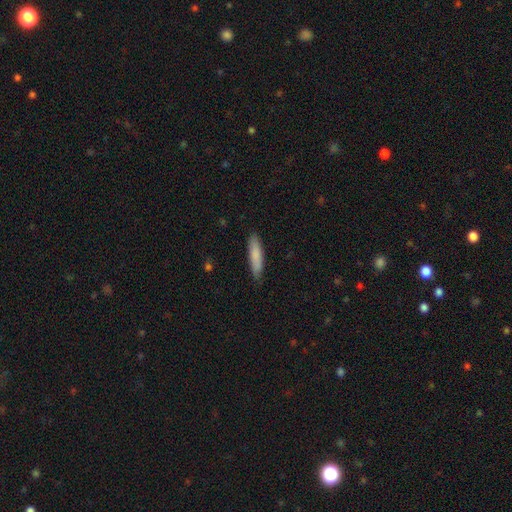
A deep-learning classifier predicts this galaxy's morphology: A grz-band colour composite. It shows a smooth galaxy with no disk features (82%) that is cigar-shaped (82%). Merging: none (84%).